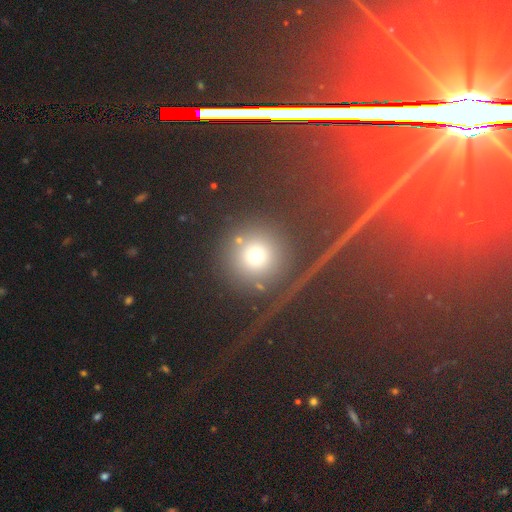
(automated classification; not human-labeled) smooth-or-featured: smooth: 60% | star or artifact: 29% | featured or disk: 11%
  how-rounded: round: 93% | in between: 6% | cigar-shaped: 2%
  merging: none: 80% | minor disturbance: 9% | major disturbance: 6% | merger: 5%